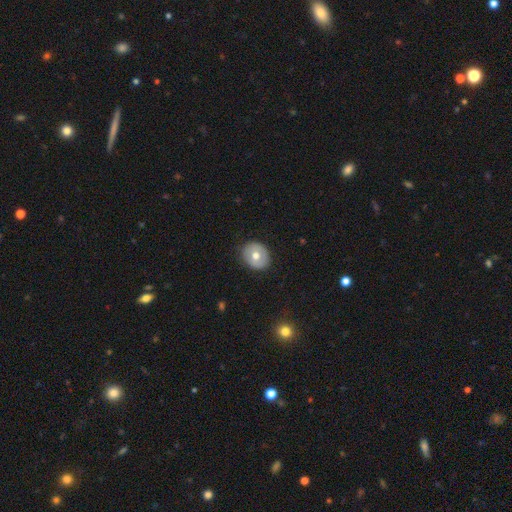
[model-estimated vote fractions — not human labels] This appears to be a smooth galaxy with no disk features (61%) that is round (71%). Merging: none (87%).